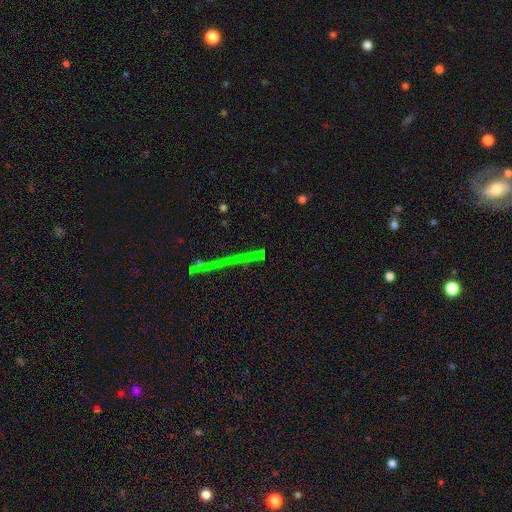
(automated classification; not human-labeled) Morphology: type=star or artifact (73%).